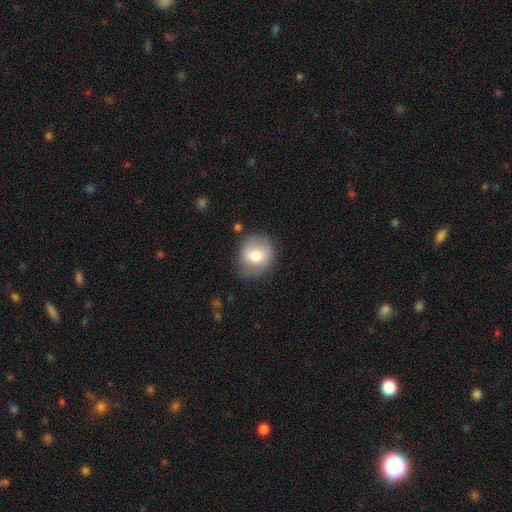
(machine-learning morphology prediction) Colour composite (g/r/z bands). It shows a smooth galaxy with no disk features (71%) that is round (79%). Merging: none (70%).